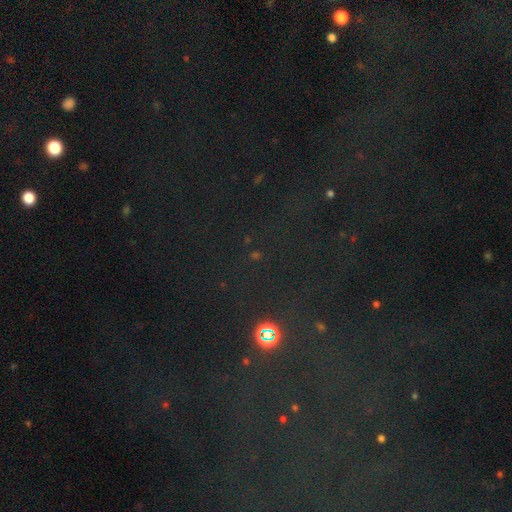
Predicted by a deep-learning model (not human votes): Smooth or featured?
  - star or artifact: 77% *
  - smooth: 15%
  - featured or disk: 8%